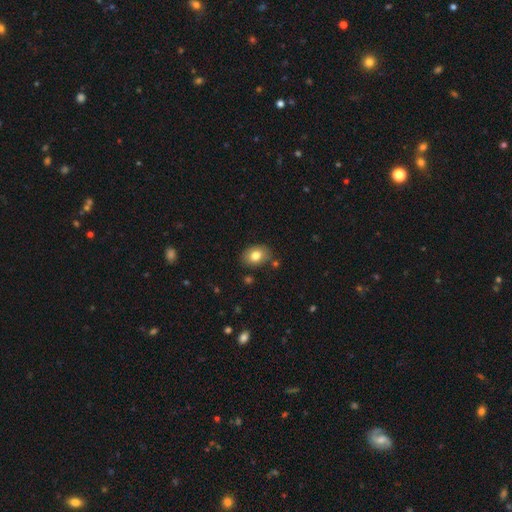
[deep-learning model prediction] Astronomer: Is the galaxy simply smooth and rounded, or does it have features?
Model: smooth — 79%.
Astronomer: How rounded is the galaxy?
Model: in between — 73%.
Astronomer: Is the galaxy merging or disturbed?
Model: none — 82%.